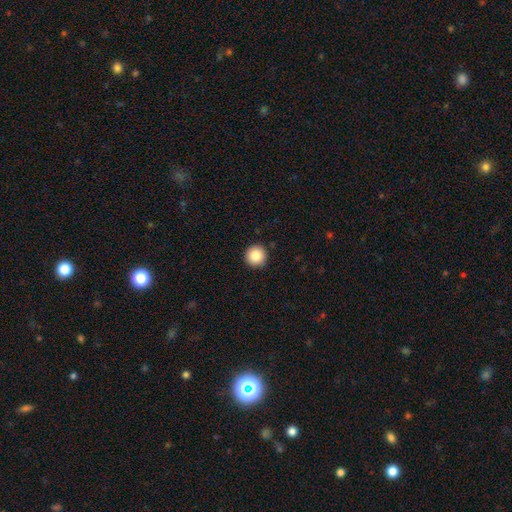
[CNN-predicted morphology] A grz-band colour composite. It shows a smooth galaxy with no disk features (86%) that is round (96%). Merging: none (93%).